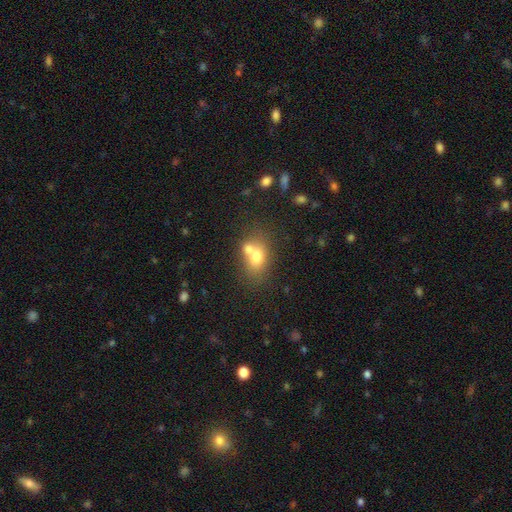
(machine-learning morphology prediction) A smooth galaxy with no disk features (68%) that is in between round and cigar-shaped (58%). Merging: merger (51%).